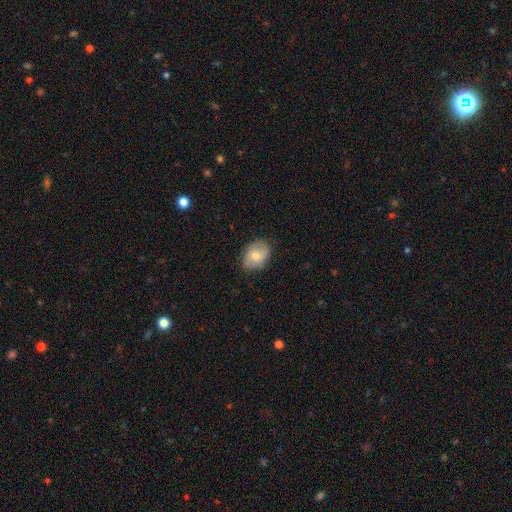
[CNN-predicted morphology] A smooth galaxy with no disk features (61%) that is in between round and cigar-shaped (63%).

Vote fractions:
- Smooth or featured? smooth: 61% / featured or disk: 32% / star or artifact: 8%
- How rounded? in between: 63% / round: 36% / cigar-shaped: 1%
- Merging? none: 76% / minor disturbance: 19% / major disturbance: 4% / merger: 1%